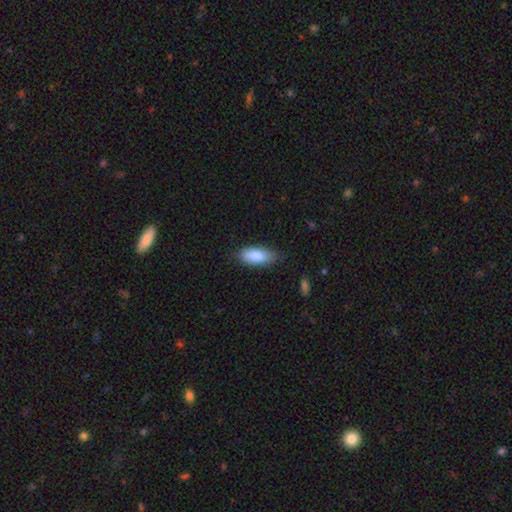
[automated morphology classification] The model was most divided on "merging": none: 77%, minor disturbance: 19%, major disturbance: 3%, merger: 1%. More confident: smooth or featured — smooth (87%); how rounded — in between (84%).